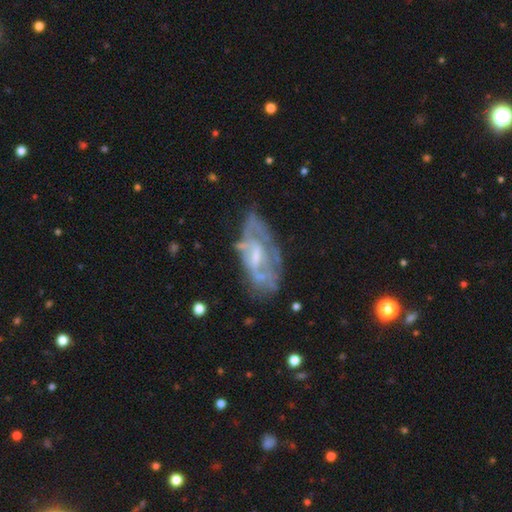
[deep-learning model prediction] The model was most divided on "bar": weak: 44%, no: 43%, strong: 13%. Remaining: edge-on disk — no (92%); smooth or featured — featured or disk (72%); spiral arms — yes (60%); merging — none (49%); bulge size — small (46%).